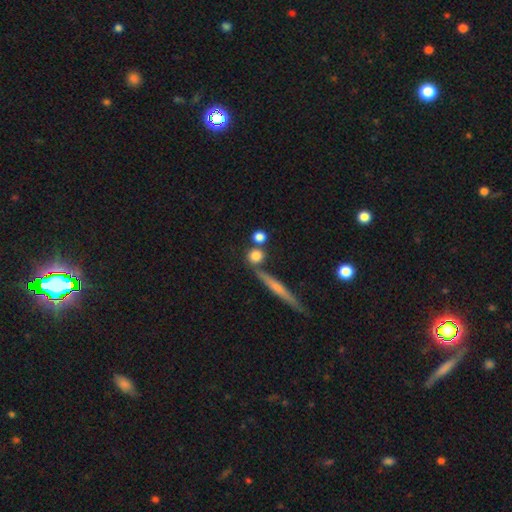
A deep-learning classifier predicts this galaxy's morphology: Smooth or featured: smooth — 79% (featured or disk — 11%)
How rounded: round — 82% (in between — 10%)
Merging: none — 69% (merger — 18%)